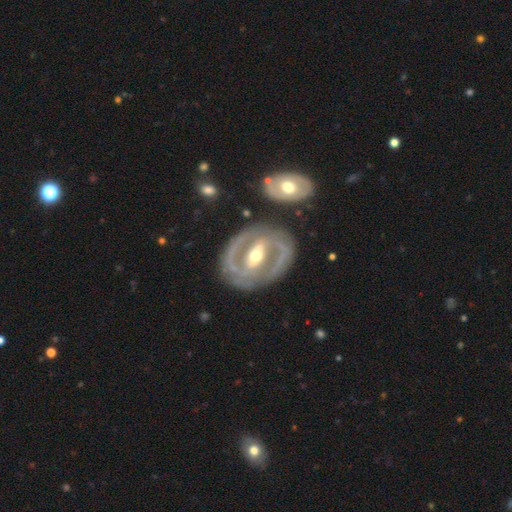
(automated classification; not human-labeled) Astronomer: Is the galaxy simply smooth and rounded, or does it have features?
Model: featured or disk — 88%.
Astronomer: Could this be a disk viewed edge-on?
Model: no — 96%.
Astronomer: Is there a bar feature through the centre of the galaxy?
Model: strong — 64%.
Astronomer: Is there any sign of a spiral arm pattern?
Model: yes — 84%.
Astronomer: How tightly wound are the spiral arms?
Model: tight — 44%, tied with medium at 44%.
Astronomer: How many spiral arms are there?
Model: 2 — 86%.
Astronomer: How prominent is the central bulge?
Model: moderate — 65%.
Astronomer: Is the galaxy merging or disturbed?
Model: none — 75%.